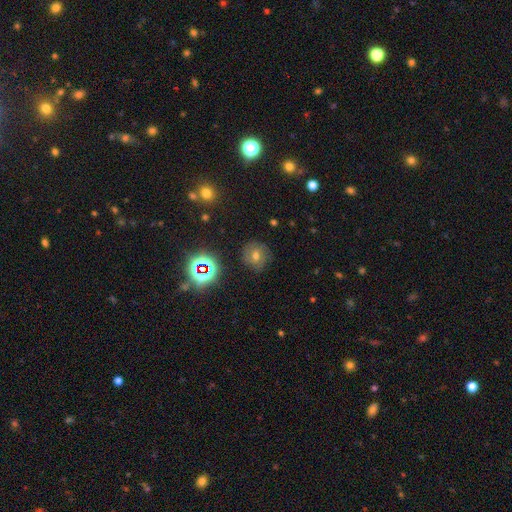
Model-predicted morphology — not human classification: A smooth galaxy with no disk features (43%).

Vote fractions:
- Smooth or featured? smooth: 43% / featured or disk: 29% / star or artifact: 28%
- Merging? none: 80% / minor disturbance: 13% / major disturbance: 5% / merger: 2%